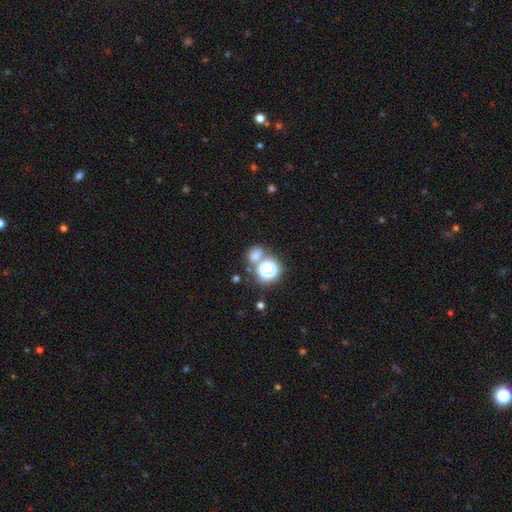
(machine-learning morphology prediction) Q: Smooth or featured?
A: smooth (63%); runner-up: star or artifact (29%)
Q: How rounded?
A: round (58%); runner-up: in between (41%)
Q: Merging?
A: none (59%); runner-up: merger (26%)